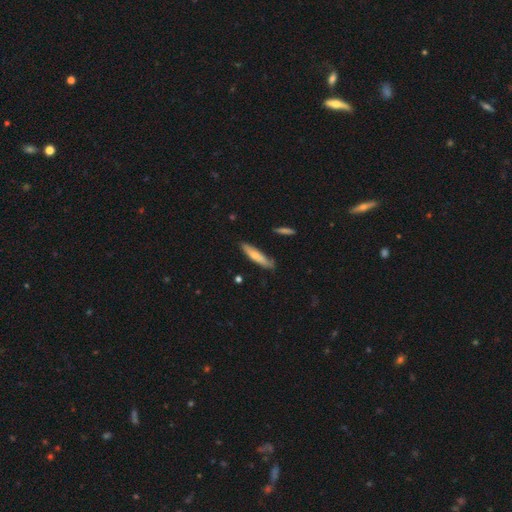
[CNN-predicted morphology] A smooth galaxy with no disk features (61%) that is cigar-shaped (83%). Merging: none (80%).